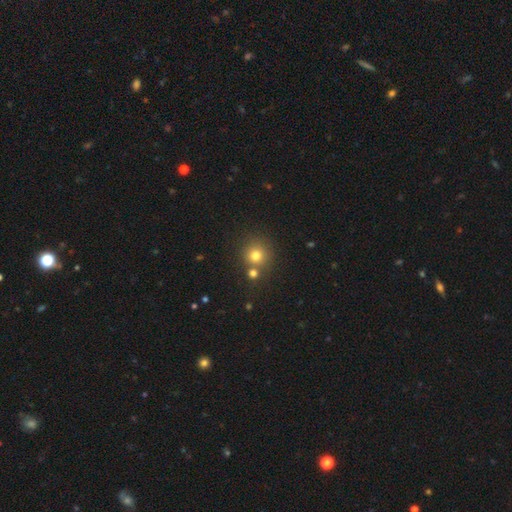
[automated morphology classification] Smooth or featured?
  - smooth: 76% *
  - star or artifact: 15%
  - featured or disk: 9%
How rounded?
  - round: 92% *
  - in between: 7%
  - cigar-shaped: 1%
Merging?
  - none: 67% *
  - merger: 22%
  - minor disturbance: 8%
  - major disturbance: 3%